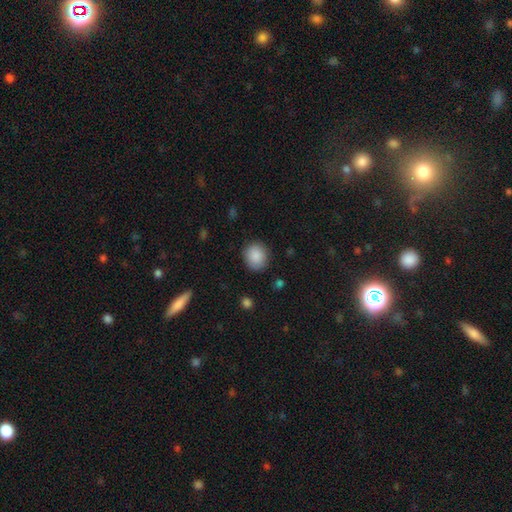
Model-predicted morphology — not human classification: Smooth or featured? smooth (89%)
How rounded? round (76%)
Merging? none (86%)